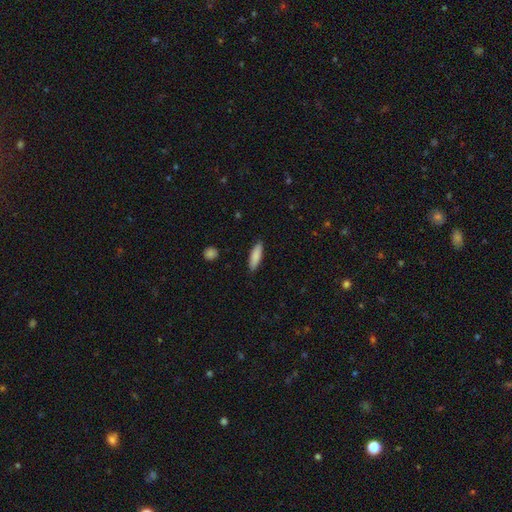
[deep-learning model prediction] This is clearly a smooth galaxy (87%). How rounded: likely cigar-shaped (61%). Merging: clearly none (89%).